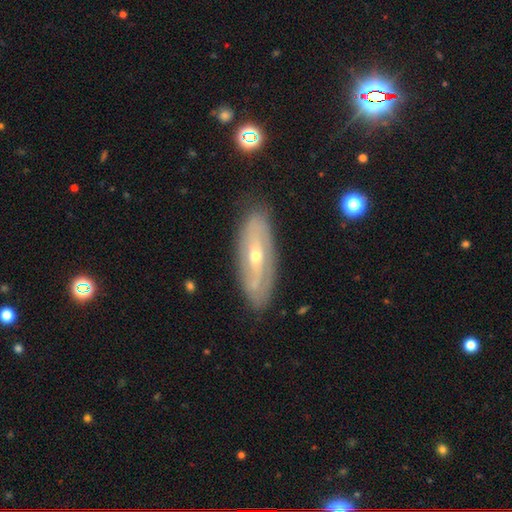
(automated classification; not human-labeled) Q: Smooth or featured?
A: featured or disk (73%); runner-up: smooth (20%)
Q: Edge-on disk?
A: no (75%); runner-up: yes (25%)
Q: Bar?
A: no (49%); runner-up: weak (31%)
Q: Spiral arms?
A: yes (66%); runner-up: no (34%)
Q: Bulge size?
A: small (58%); runner-up: moderate (40%)
Q: Merging?
A: none (83%); runner-up: minor disturbance (12%)